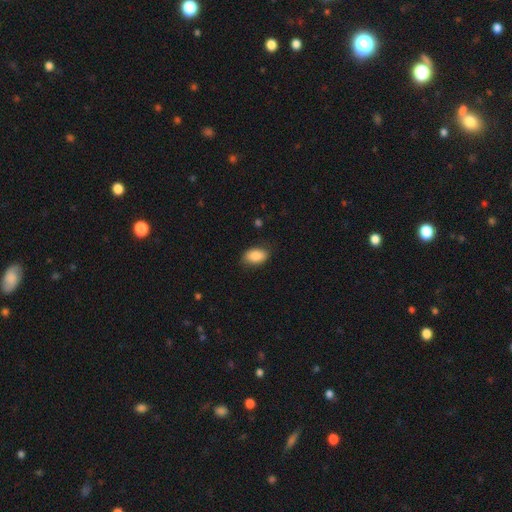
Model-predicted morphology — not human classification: A smooth galaxy with no disk features (87%) that is in between round and cigar-shaped (90%). Merging: none (81%).